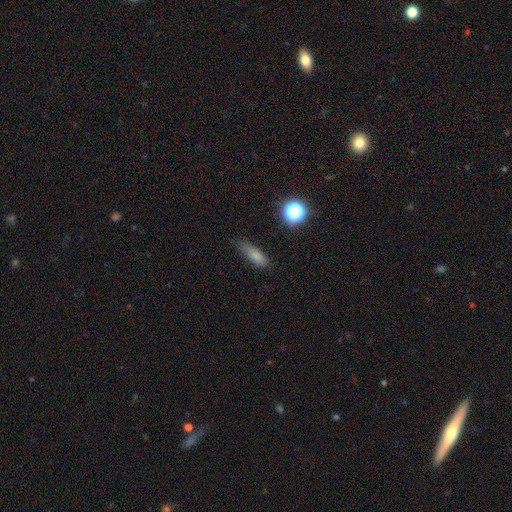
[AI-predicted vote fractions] Overall: smooth (79%). How rounded: in between (56%; cigar-shaped 39%). Merging: none (66%; minor disturbance 26%).